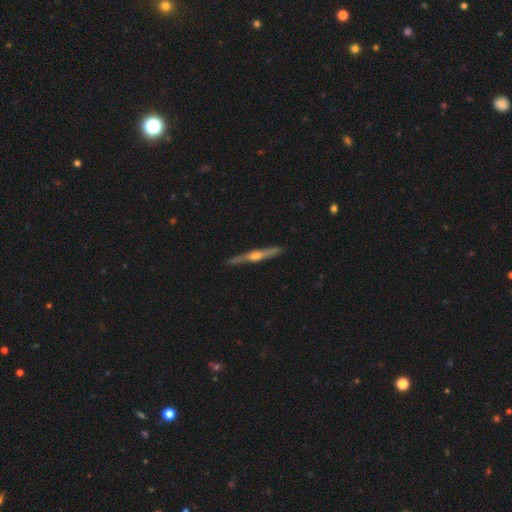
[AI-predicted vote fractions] A featured or disk galaxy (79%) viewed edge-on (98%) with a rounded central bulge (88%). Merging: none (89%).